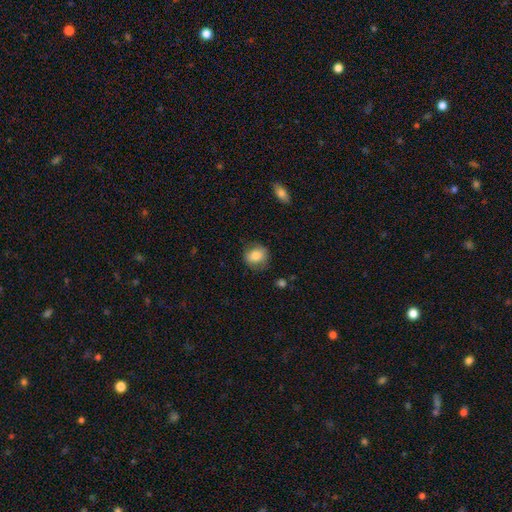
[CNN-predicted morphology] type=smooth (79%); roundness=round (71%); merging=none (76%).